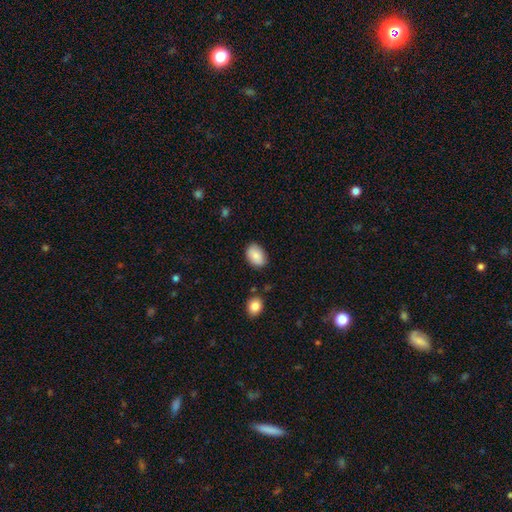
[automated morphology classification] Smooth or featured? smooth (87%)
How rounded? in between (88%)
Merging? none (83%)